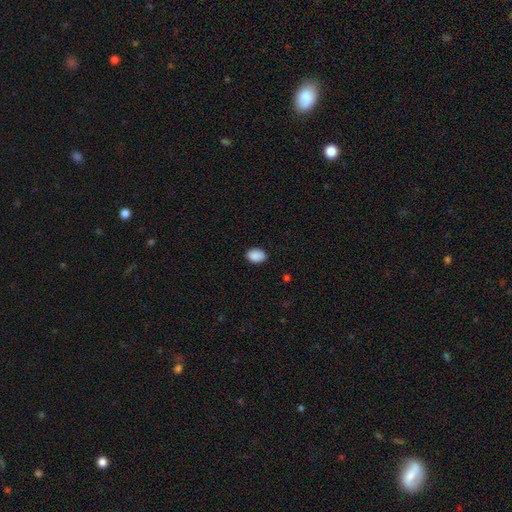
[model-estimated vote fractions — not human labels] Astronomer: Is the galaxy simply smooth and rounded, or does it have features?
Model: smooth — 90%.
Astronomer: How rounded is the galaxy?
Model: in between — 81%.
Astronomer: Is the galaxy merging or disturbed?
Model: none — 87%.